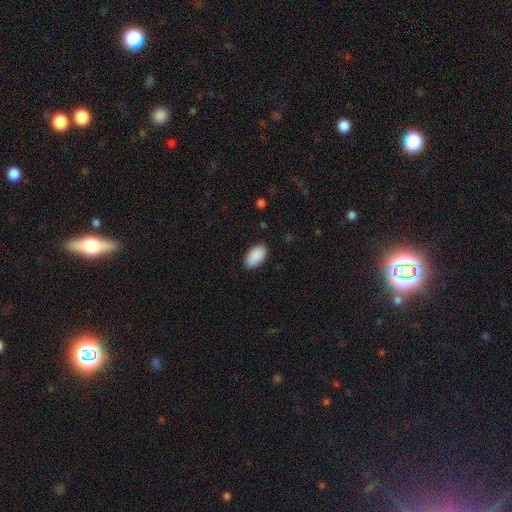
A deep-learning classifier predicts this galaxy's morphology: A smooth galaxy with no disk features (91%) that is in between round and cigar-shaped (95%).

Vote fractions:
- Smooth or featured? smooth: 91% / star or artifact: 6% / featured or disk: 3%
- How rounded? in between: 95% / round: 3% / cigar-shaped: 1%
- Merging? none: 88% / minor disturbance: 9% / major disturbance: 2% / merger: 1%